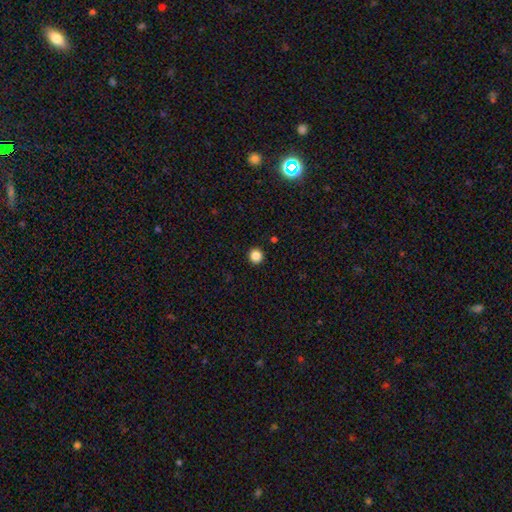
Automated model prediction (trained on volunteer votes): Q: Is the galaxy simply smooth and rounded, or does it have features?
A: smooth — 86%.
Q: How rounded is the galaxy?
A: round — 95%.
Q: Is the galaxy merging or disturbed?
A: none — 93%.